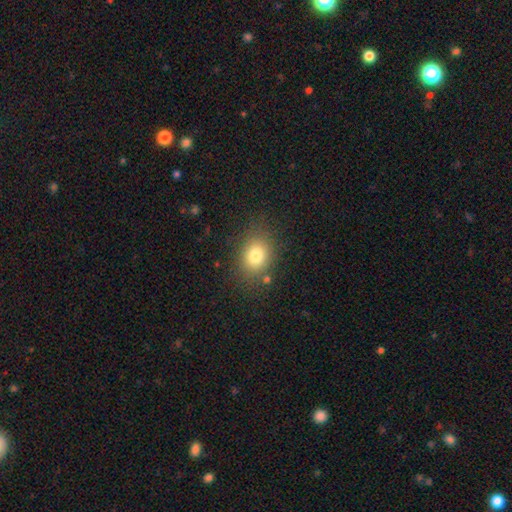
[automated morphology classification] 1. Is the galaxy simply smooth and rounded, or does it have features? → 79% smooth, 12% star or artifact, 10% featured or disk.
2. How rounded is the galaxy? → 50% in between, 49% round, 1% cigar-shaped.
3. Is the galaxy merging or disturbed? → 80% none, 12% minor disturbance, 5% major disturbance, 3% merger.